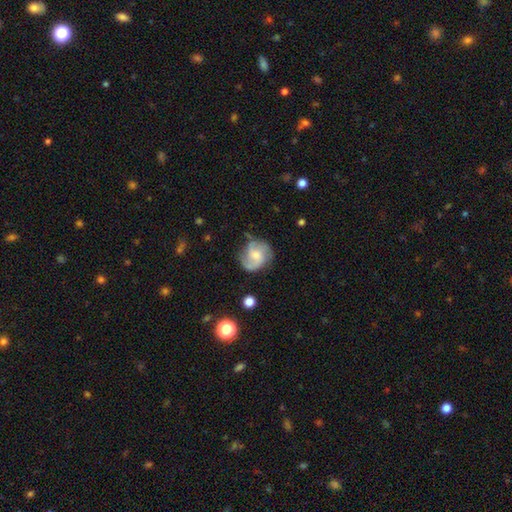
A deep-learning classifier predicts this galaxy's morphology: The model was most divided on "bulge size": moderate: 46%, small: 36%, none: 10%, large: 7%, dominant: 1%. Remaining: edge-on disk — no (98%); spiral arms — yes (91%); smooth or featured — featured or disk (67%); merging — none (66%); spiral arm count — 2 (65%); bar — no (52%); spiral winding — medium (48%).